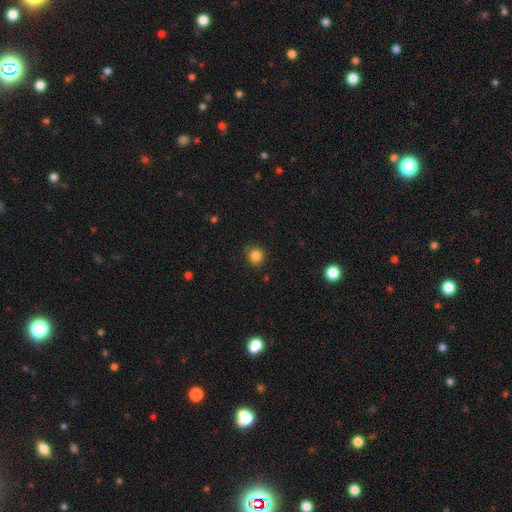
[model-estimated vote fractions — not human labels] Smooth or featured? smooth (84%)
How rounded? round (90%)
Merging? none (83%)